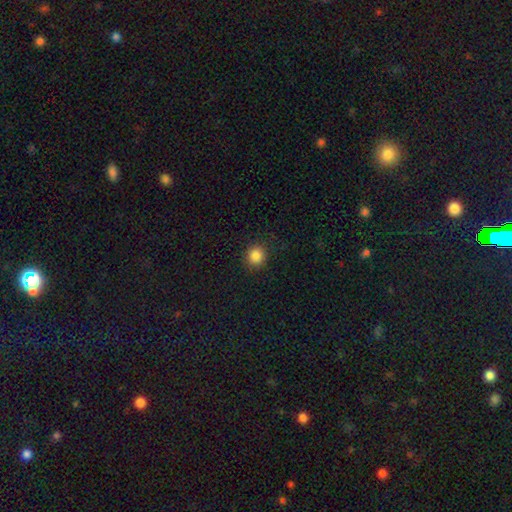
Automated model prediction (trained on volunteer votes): smooth_or_featured: smooth (p=0.86) [alt: star or artifact p=0.11]
how_rounded: round (p=0.91) [alt: in between p=0.08]
merging: none (p=0.90) [alt: minor disturbance p=0.06]